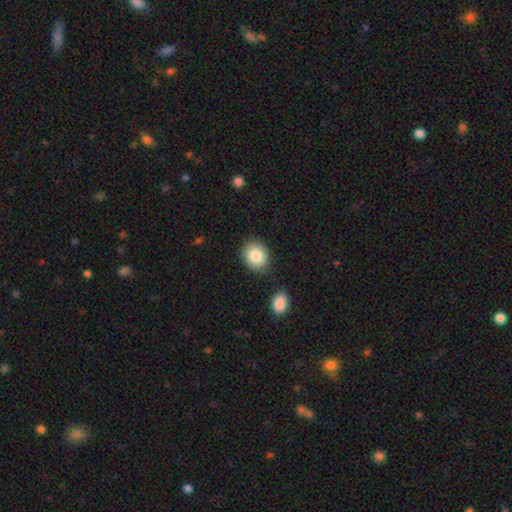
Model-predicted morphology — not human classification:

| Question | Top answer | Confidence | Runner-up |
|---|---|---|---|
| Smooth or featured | smooth | 86% | star or artifact (8%) |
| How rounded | round | 52% | in between (48%) |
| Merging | none | 82% | minor disturbance (11%) |